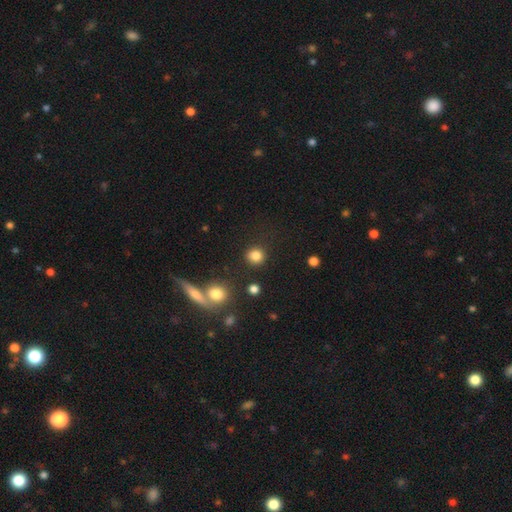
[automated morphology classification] This appears to be a smooth galaxy with no disk features (84%) that is round (87%). Merging: none (85%).